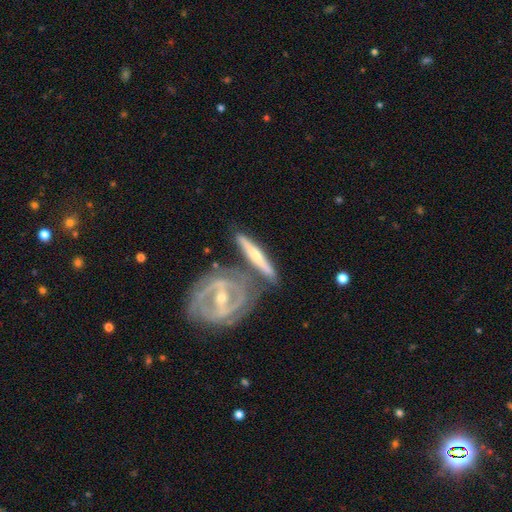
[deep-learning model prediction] Overall: featured or disk (72%). Edge-on disk: yes (63%; no 37%). Merging: none (58%; merger 22%).